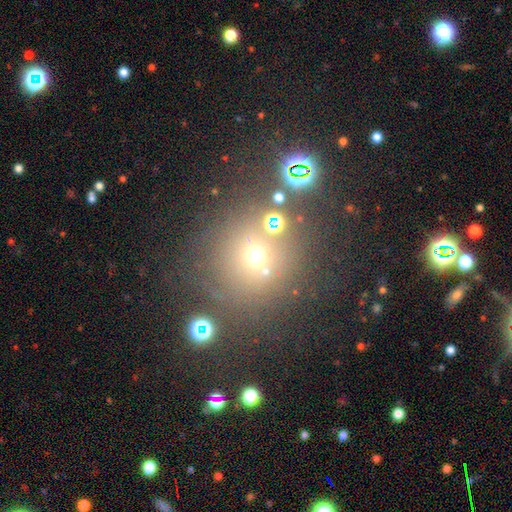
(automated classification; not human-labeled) Morphology: type=smooth (56%); roundness=round (90%); merging=none (74%).